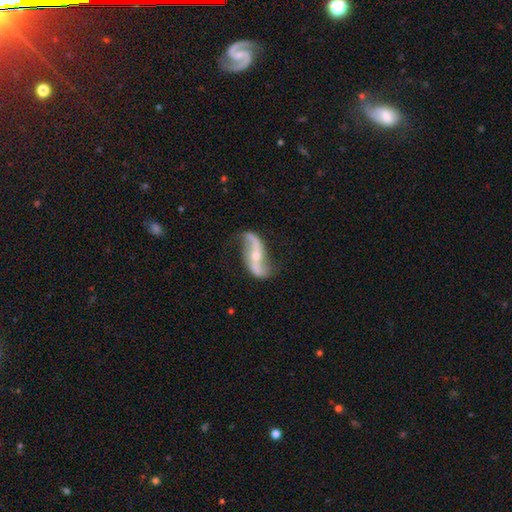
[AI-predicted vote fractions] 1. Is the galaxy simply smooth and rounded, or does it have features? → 88% featured or disk, 7% smooth, 5% star or artifact.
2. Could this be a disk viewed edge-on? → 93% no, 7% yes.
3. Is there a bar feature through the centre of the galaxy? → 40% strong, 35% no, 25% weak.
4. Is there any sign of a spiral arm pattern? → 95% yes, 5% no.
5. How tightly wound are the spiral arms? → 87% loose, 10% medium, 3% tight.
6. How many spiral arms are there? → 94% 2, 2% 1, 2% can't tell, 1% 3, 1% 4, 1% more than 4.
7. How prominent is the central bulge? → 54% small, 41% moderate, 2% none, 2% large, 1% dominant.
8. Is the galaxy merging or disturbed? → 75% none, 16% minor disturbance, 7% major disturbance, 2% merger.